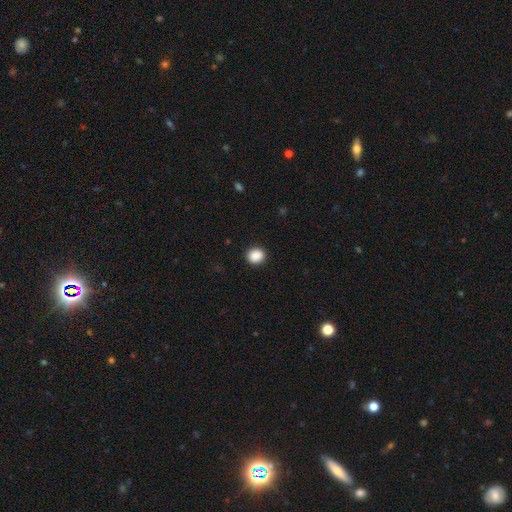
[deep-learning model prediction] A smooth galaxy with no disk features (89%) that is round (79%).

Vote fractions:
- Smooth or featured? smooth: 89% / star or artifact: 9% / featured or disk: 2%
- How rounded? round: 79% / in between: 20% / cigar-shaped: 1%
- Merging? none: 91% / minor disturbance: 6% / major disturbance: 2% / merger: 1%